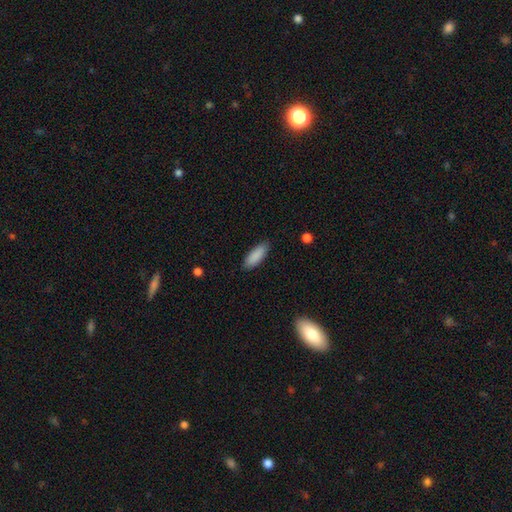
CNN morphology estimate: Overall: smooth (89%). How rounded: in between (64%; cigar-shaped 34%). Merging: none (87%).